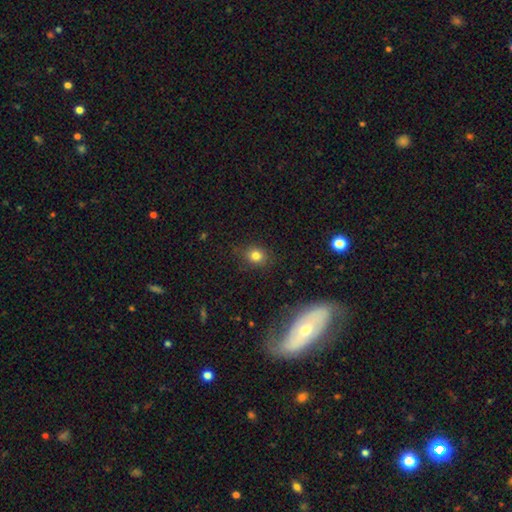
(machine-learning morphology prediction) This is clearly a smooth galaxy (81%). How rounded: likely round (70%). Merging: clearly none (84%).